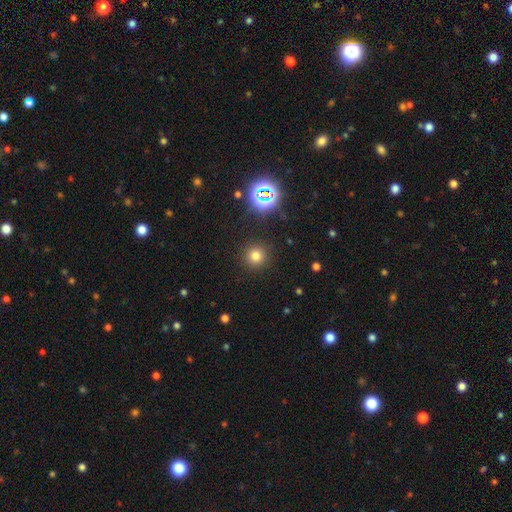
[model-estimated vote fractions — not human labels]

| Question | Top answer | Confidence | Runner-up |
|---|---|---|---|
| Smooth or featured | smooth | 72% | star or artifact (21%) |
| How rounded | round | 95% | in between (4%) |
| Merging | none | 90% | minor disturbance (6%) |